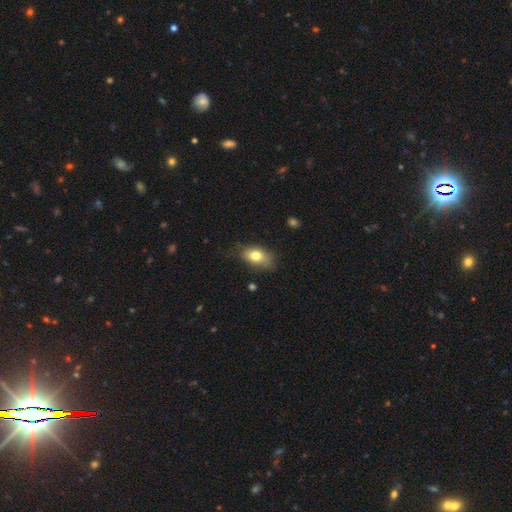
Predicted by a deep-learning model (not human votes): A smooth galaxy with no disk features (76%) that is in between round and cigar-shaped (85%). Merging: none (64%).